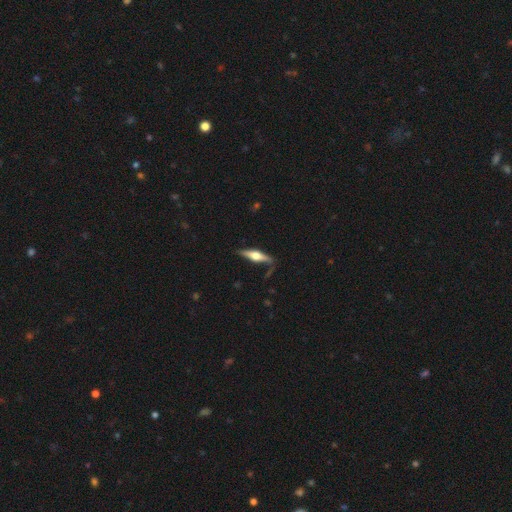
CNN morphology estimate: Smooth or featured?
  - featured or disk: 61% *
  - smooth: 33%
  - star or artifact: 6%
Edge-on disk?
  - yes: 94% *
  - no: 6%
Edge-on bulge?
  - rounded: 92% *
  - boxy: 6%
  - none: 2%
Merging?
  - none: 76% *
  - minor disturbance: 17%
  - major disturbance: 5%
  - merger: 3%